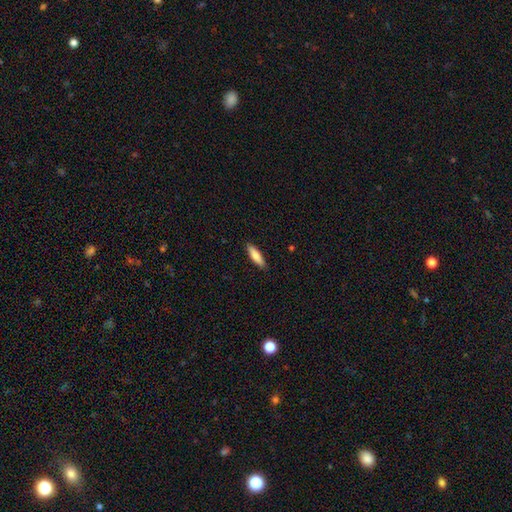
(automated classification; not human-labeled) Smooth or featured? Predicted: smooth (p=0.79). How rounded? Predicted: cigar-shaped (p=0.61). Merging? Predicted: none (p=0.89).